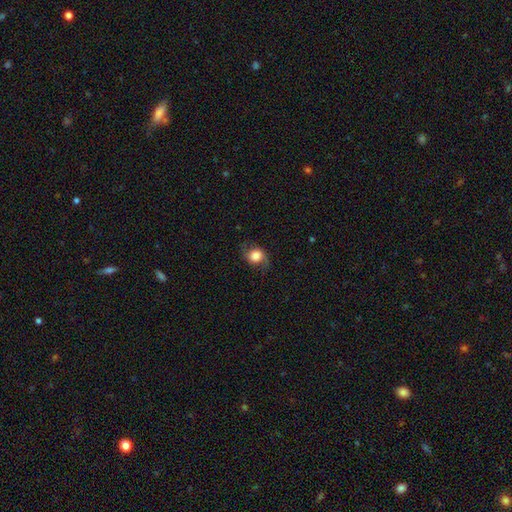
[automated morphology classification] This appears to be a smooth galaxy with no disk features (56%) that is round (66%). Merging: none (69%).